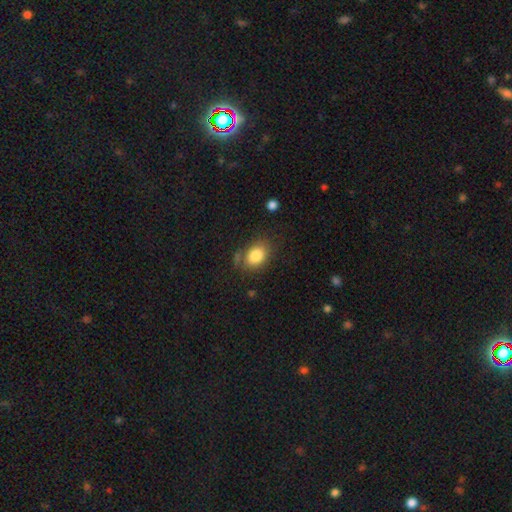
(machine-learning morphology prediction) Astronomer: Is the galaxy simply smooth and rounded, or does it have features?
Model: smooth — 82%.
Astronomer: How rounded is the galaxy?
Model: in between — 73%.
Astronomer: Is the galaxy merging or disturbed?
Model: none — 70%.